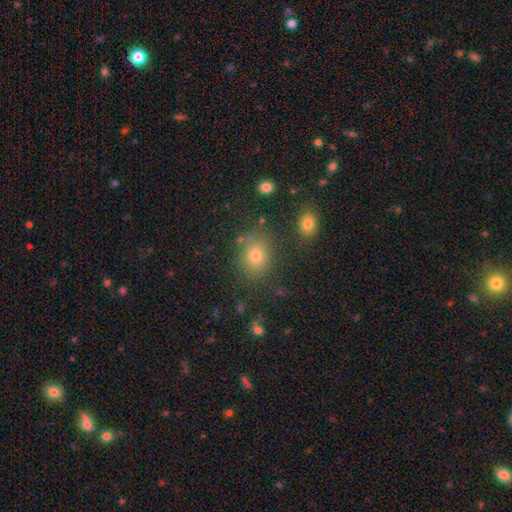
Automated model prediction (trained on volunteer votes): Smooth or featured: smooth — 75% (star or artifact — 16%)
How rounded: round — 56% (in between — 43%)
Merging: none — 79% (minor disturbance — 12%)